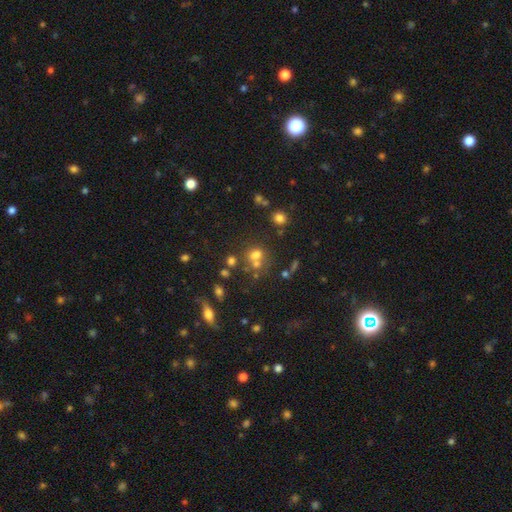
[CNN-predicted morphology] smooth 57%, star or artifact 26%, featured or disk 17%. Down the decision tree: how rounded — round (71%); merging — none (46%).